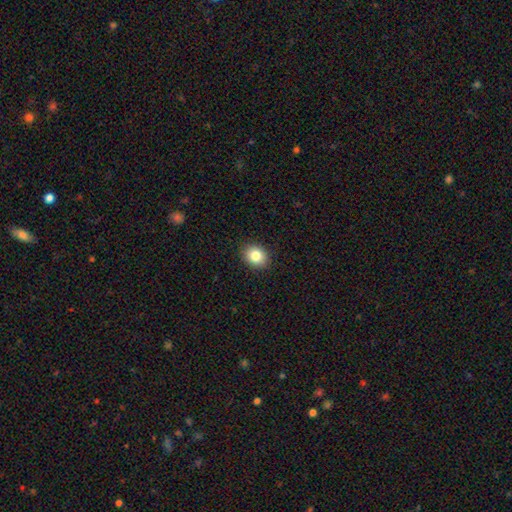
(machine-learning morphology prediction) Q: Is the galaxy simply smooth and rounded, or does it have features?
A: smooth — 83%.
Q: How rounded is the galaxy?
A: round — 54%.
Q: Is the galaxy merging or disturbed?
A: none — 90%.